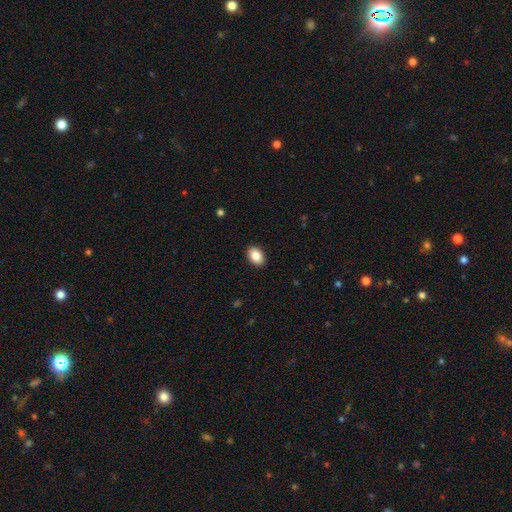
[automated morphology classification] Smooth or featured: smooth — 88% (star or artifact — 7%)
How rounded: in between — 86% (round — 13%)
Merging: none — 90% (minor disturbance — 7%)